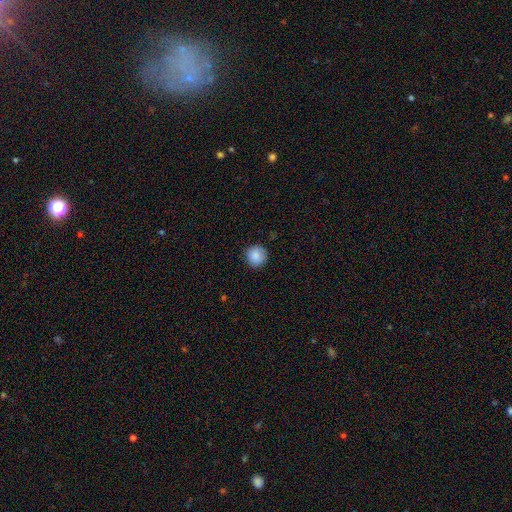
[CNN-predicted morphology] Smooth or featured? Predicted: smooth (p=0.87). How rounded? Predicted: round (p=0.95). Merging? Predicted: none (p=0.87).